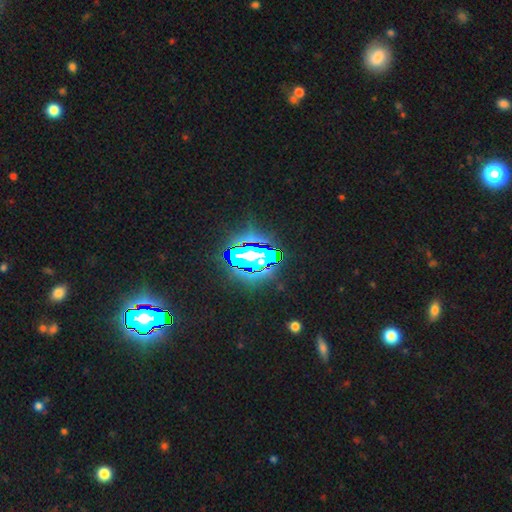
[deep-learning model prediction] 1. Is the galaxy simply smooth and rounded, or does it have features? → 81% star or artifact, 11% smooth, 8% featured or disk.